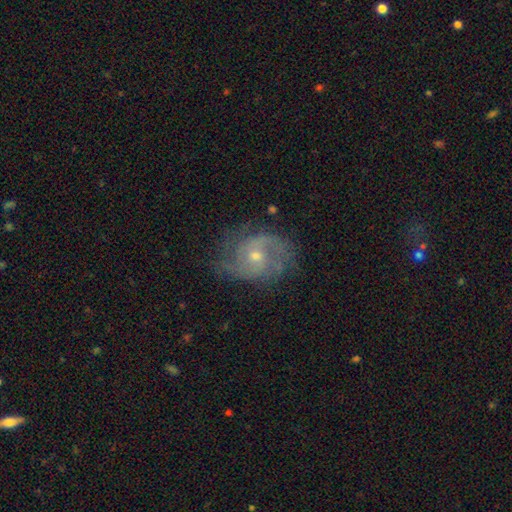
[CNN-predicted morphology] Smooth or featured? featured or disk (84%)
Edge-on disk? no (97%)
Bar? no (62%)
Spiral arms? yes (95%)
Spiral winding? medium (49%)
Spiral arm count? 2 (63%)
Bulge size? small (51%)
Merging? none (71%)